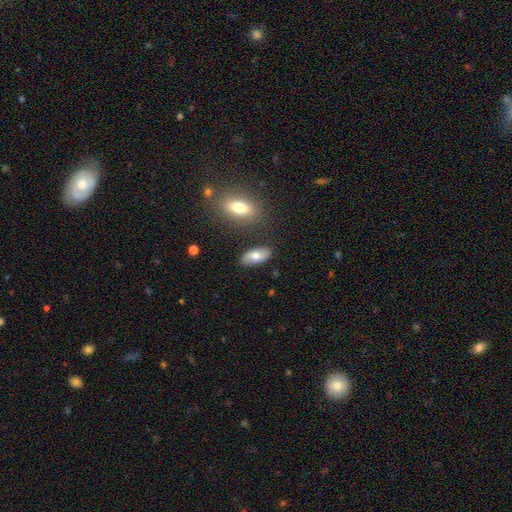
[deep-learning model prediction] Smooth or featured? Predicted: smooth (p=0.68). How rounded? Predicted: in between (p=0.88). Merging? Predicted: none (p=0.82).